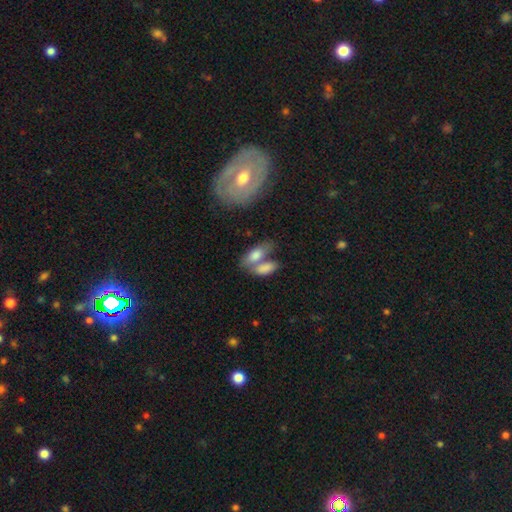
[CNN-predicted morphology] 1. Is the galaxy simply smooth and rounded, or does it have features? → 75% smooth, 18% featured or disk, 7% star or artifact.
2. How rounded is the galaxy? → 85% in between, 11% cigar-shaped, 4% round.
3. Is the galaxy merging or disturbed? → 54% merger, 29% none, 11% minor disturbance, 6% major disturbance.